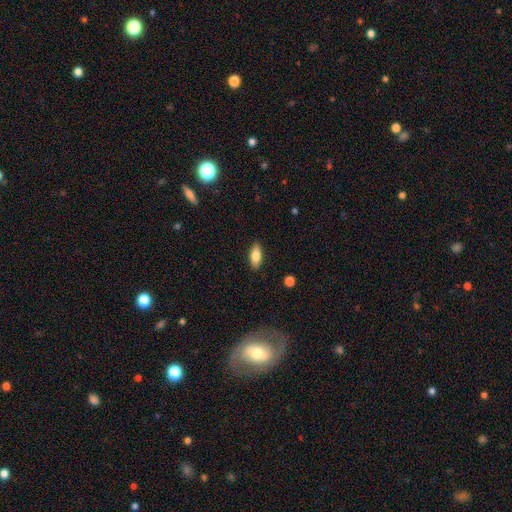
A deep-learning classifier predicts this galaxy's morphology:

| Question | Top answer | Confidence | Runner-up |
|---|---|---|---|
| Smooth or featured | smooth | 80% | featured or disk (13%) |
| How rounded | in between | 86% | cigar-shaped (11%) |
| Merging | none | 88% | minor disturbance (9%) |